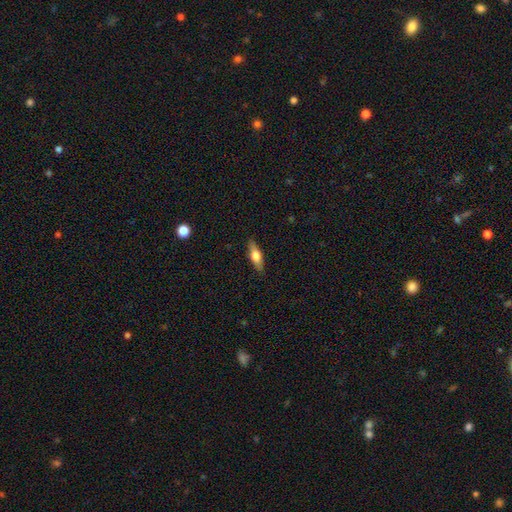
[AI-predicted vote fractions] Overall: smooth (54%; featured or disk 40%). How rounded: in between (50%; cigar-shaped 47%). Merging: none (87%).